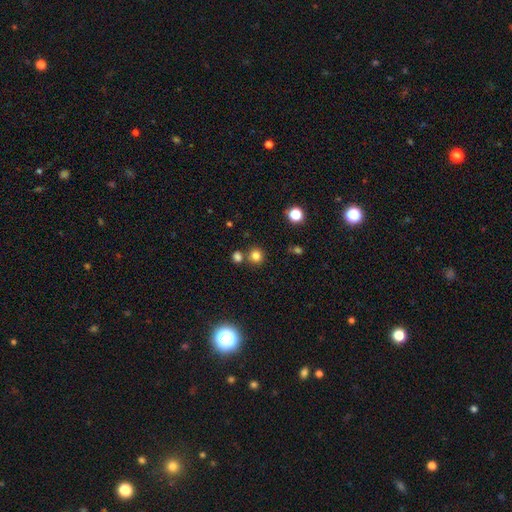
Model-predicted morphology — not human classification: smooth-or-featured: smooth: 79% | star or artifact: 16% | featured or disk: 5%
  how-rounded: round: 90% | in between: 9% | cigar-shaped: 1%
  merging: none: 75% | merger: 15% | minor disturbance: 7% | major disturbance: 3%